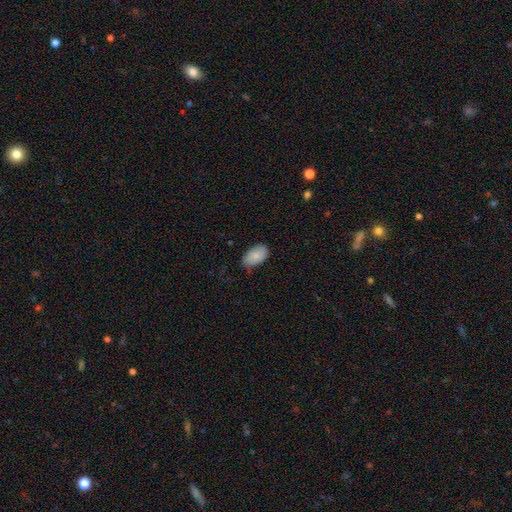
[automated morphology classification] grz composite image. It shows a smooth galaxy with no disk features (81%) that is in between round and cigar-shaped (94%). Merging: none (72%).